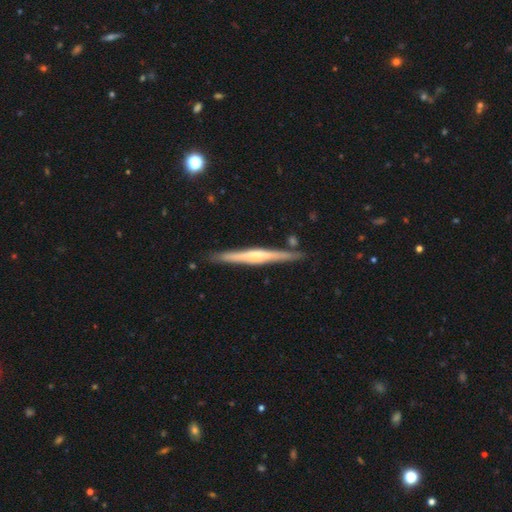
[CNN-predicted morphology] featured or disk 70%, smooth 25%, star or artifact 5%. Down the decision tree: edge-on disk — yes (98%); edge-on bulge — rounded (56%); merging — none (87%).